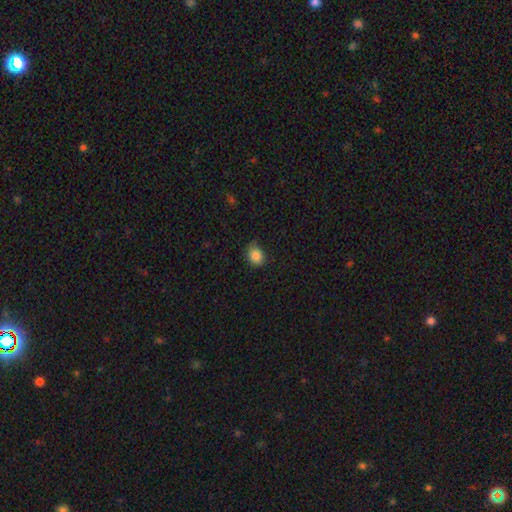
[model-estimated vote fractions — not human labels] Smooth or featured: smooth — 85% (star or artifact — 10%)
How rounded: round — 51% (in between — 48%)
Merging: none — 72% (minor disturbance — 23%)